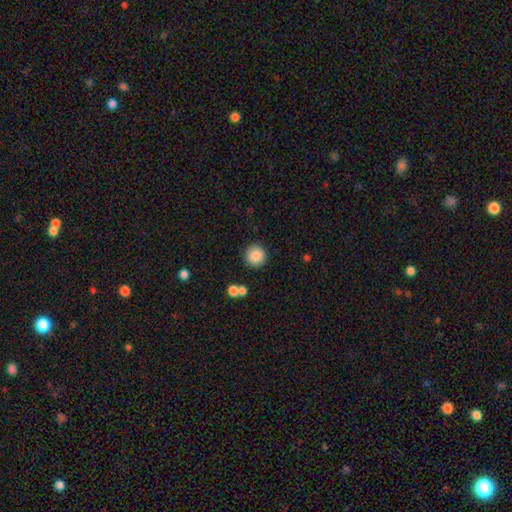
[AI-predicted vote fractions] smooth 87%, star or artifact 9%, featured or disk 5%. Down the decision tree: how rounded — round (95%); merging — none (89%).